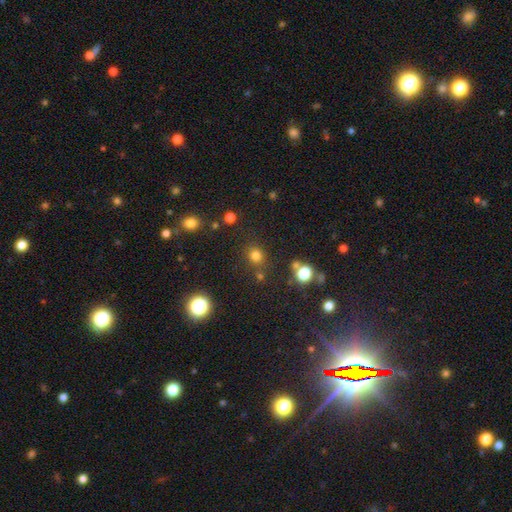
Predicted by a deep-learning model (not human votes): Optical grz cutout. It shows a smooth galaxy with no disk features (74%) that is round (84%). Merging: none (78%).